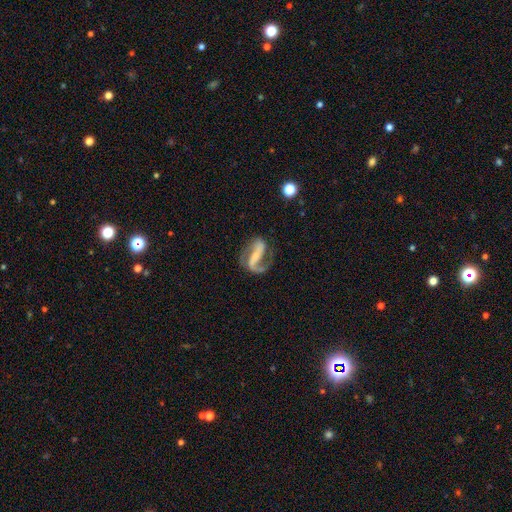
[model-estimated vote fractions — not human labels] featured or disk 87%, smooth 8%, star or artifact 5%. Down the decision tree: edge-on disk — no (96%); bar — strong (57%); spiral arms — yes (95%); spiral arm count — 2 (81%); spiral winding — medium (45%); bulge size — small (57%); merging — none (62%).